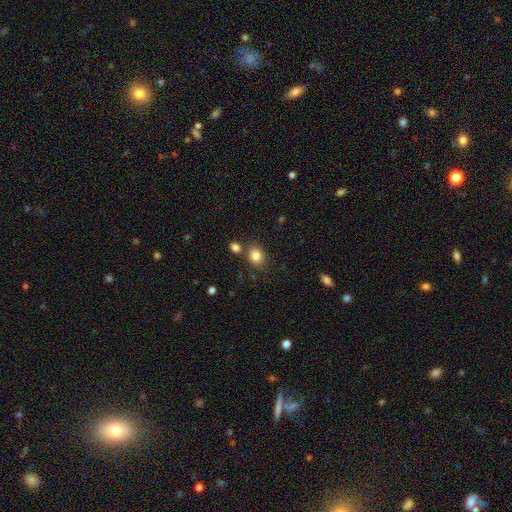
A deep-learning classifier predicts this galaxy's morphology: smooth 83%, star or artifact 11%, featured or disk 7%. Down the decision tree: how rounded — round (63%); merging — none (72%).